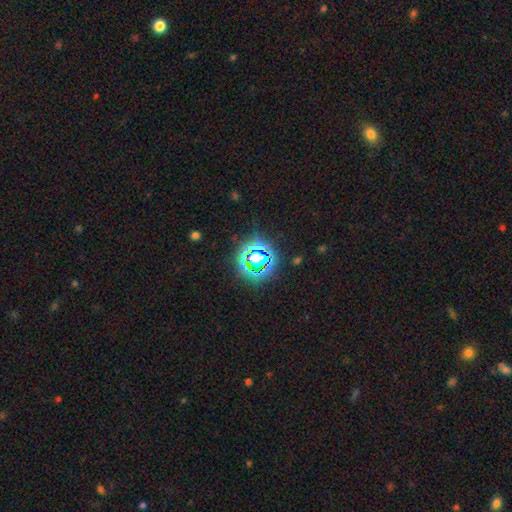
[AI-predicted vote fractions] Overall: star or artifact (71%).